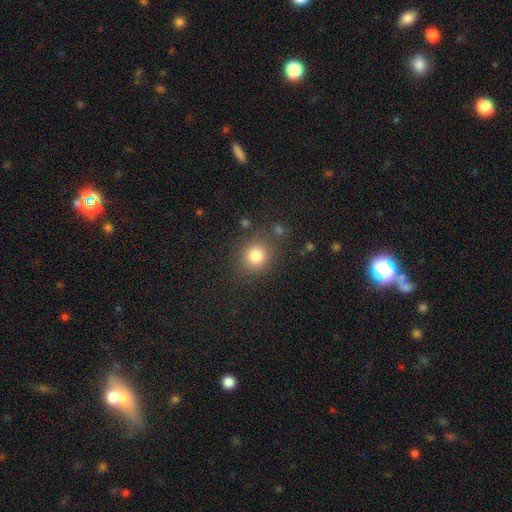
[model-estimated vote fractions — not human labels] A smooth galaxy with no disk features (82%) that is round (85%).

Vote fractions:
- Smooth or featured? smooth: 82% / star or artifact: 12% / featured or disk: 6%
- How rounded? round: 85% / in between: 14% / cigar-shaped: 1%
- Merging? none: 82% / minor disturbance: 10% / major disturbance: 4% / merger: 4%